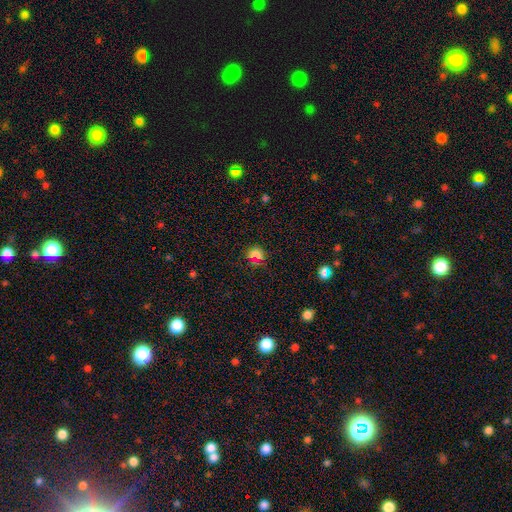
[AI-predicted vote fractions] The model was most divided on "smooth or featured": smooth: 70%, star or artifact: 24%, featured or disk: 6%. More confident: merging — none (82%); how rounded — round (79%).